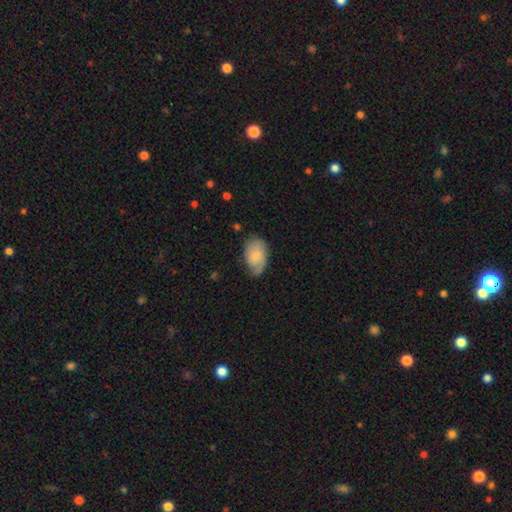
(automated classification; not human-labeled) Smooth or featured?
  - smooth: 69% *
  - featured or disk: 25%
  - star or artifact: 6%
How rounded?
  - in between: 91% *
  - round: 8%
  - cigar-shaped: 1%
Merging?
  - none: 65% *
  - minor disturbance: 27%
  - major disturbance: 6%
  - merger: 1%